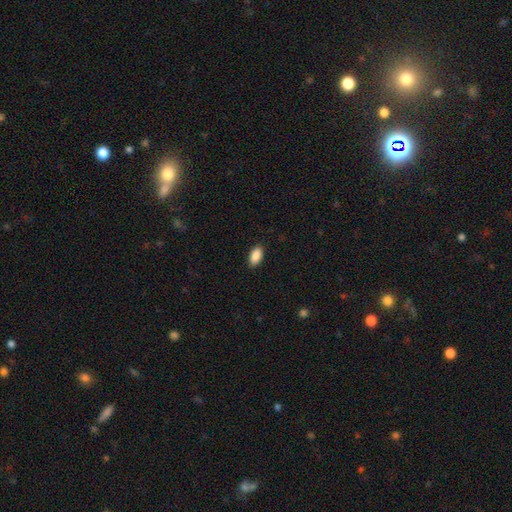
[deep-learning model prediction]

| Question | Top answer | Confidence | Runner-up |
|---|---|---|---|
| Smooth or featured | smooth | 90% | star or artifact (7%) |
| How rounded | in between | 93% | cigar-shaped (4%) |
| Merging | none | 89% | minor disturbance (8%) |